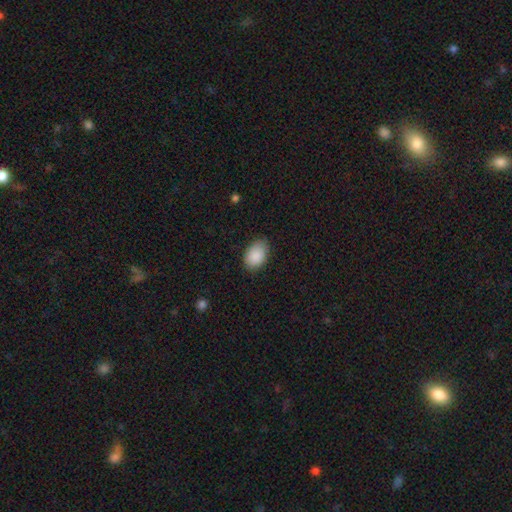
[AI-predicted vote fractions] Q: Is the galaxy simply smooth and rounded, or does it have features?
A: smooth — 89%.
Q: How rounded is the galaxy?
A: in between — 88%.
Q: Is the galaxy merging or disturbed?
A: none — 80%.